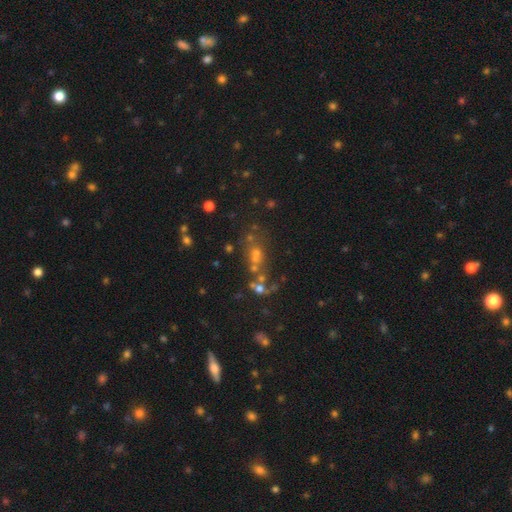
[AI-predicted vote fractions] Smooth or featured? Predicted: smooth (p=0.38, tied with star or artifact). Merging? Predicted: none (p=0.43).